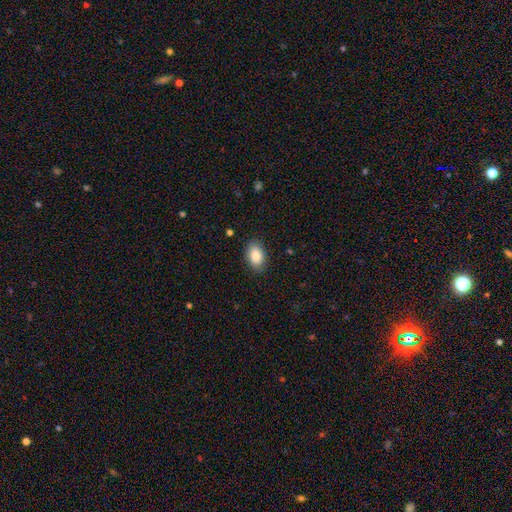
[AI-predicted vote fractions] Q: Smooth or featured?
A: smooth (86%); runner-up: star or artifact (7%)
Q: How rounded?
A: in between (90%); runner-up: round (8%)
Q: Merging?
A: none (86%); runner-up: minor disturbance (10%)